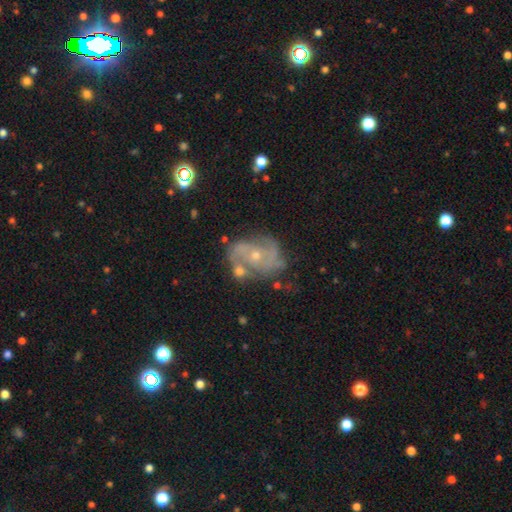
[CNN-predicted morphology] smooth-or-featured: featured or disk: 78% | smooth: 12% | star or artifact: 10%
  disk-edge-on: no: 97% | yes: 3%
    bar: no: 68% | weak: 26% | strong: 6%
    has-spiral-arms: yes: 89% | no: 11%
      spiral-winding: medium: 46% | tight: 31% | loose: 22%
      spiral-arm-count: 2: 48% | can't tell: 21% | 3: 18% | 4: 5% | 1: 4% | more than 4: 4%
    bulge-size: small: 66% | moderate: 30% | none: 2% | large: 1% | dominant: 1%
  merging: none: 54% | minor disturbance: 21% | merger: 13% | major disturbance: 12%